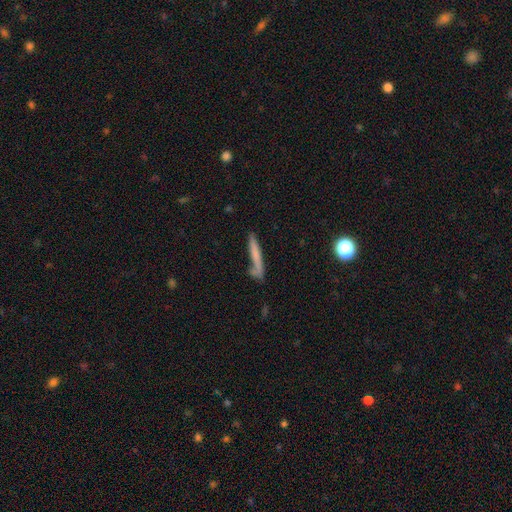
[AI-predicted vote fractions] smooth_or_featured: smooth (p=0.63) [alt: featured or disk p=0.28]
how_rounded: cigar-shaped (p=0.93) [alt: in between p=0.05]
merging: none (p=0.62) [alt: minor disturbance p=0.19]